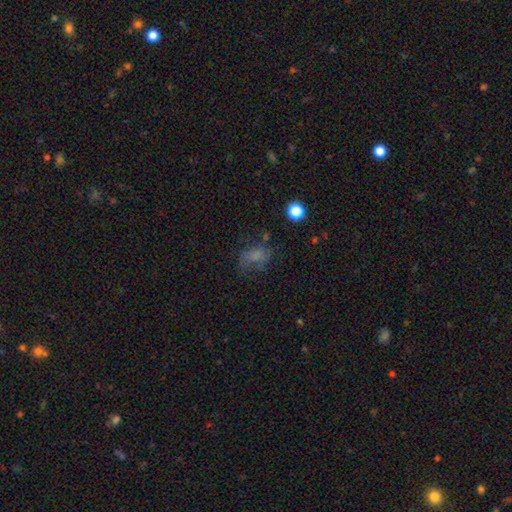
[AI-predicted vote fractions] Q: Smooth or featured?
A: smooth (57%); runner-up: featured or disk (23%)
Q: How rounded?
A: in between (75%); runner-up: round (22%)
Q: Merging?
A: none (43%); runner-up: major disturbance (28%)